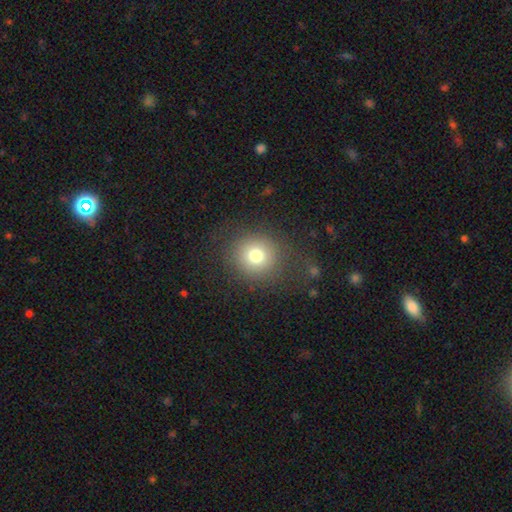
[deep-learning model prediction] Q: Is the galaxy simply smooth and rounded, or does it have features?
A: smooth — 74%.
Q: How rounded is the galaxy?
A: round — 89%.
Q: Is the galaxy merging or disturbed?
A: none — 80%.